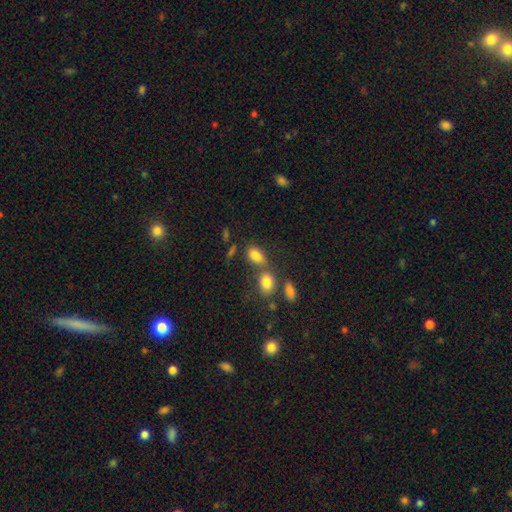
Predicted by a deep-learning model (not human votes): Smooth or featured?
  - smooth: 82% *
  - star or artifact: 10%
  - featured or disk: 7%
How rounded?
  - in between: 87% *
  - round: 10%
  - cigar-shaped: 3%
Merging?
  - none: 49% *
  - merger: 31%
  - minor disturbance: 14%
  - major disturbance: 6%